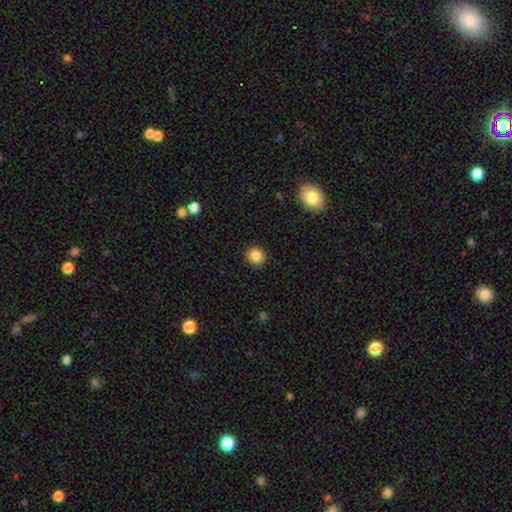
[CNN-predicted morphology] This appears to be a smooth galaxy with no disk features (85%) that is round (91%). Merging: none (91%).